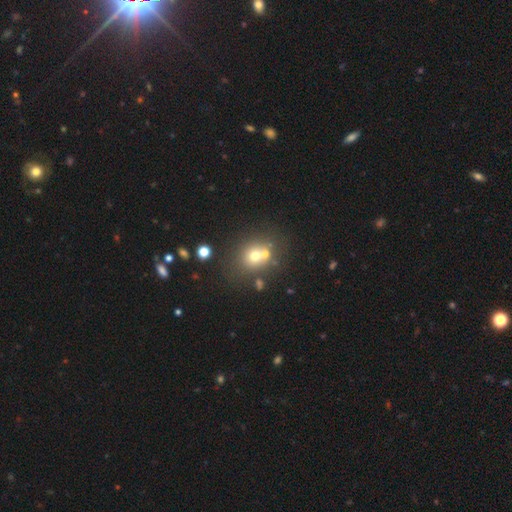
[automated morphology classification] Q: Smooth or featured?
A: smooth (62%); runner-up: featured or disk (20%)
Q: How rounded?
A: round (69%); runner-up: in between (30%)
Q: Merging?
A: none (50%); runner-up: merger (34%)